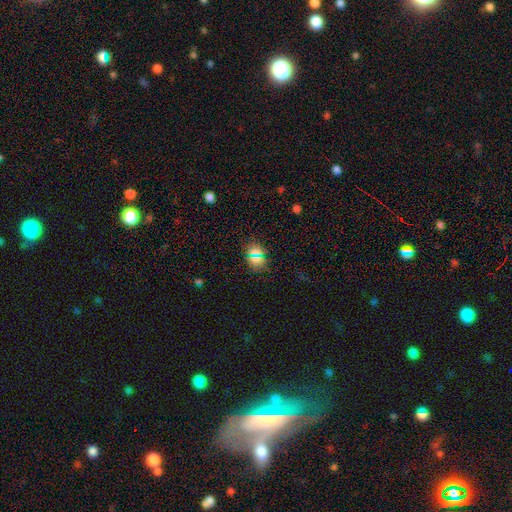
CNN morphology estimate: This is likely a smooth galaxy (65%). How rounded: possibly round (56%). Merging: clearly none (85%).